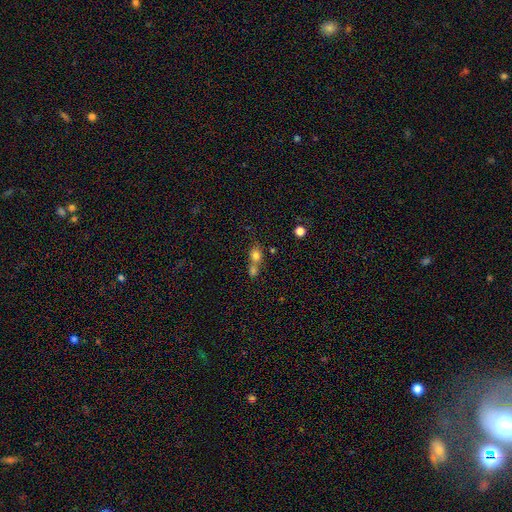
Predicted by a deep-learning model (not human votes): Morphology: type=smooth (76%); roundness=round (59%); merging=merger (62%).